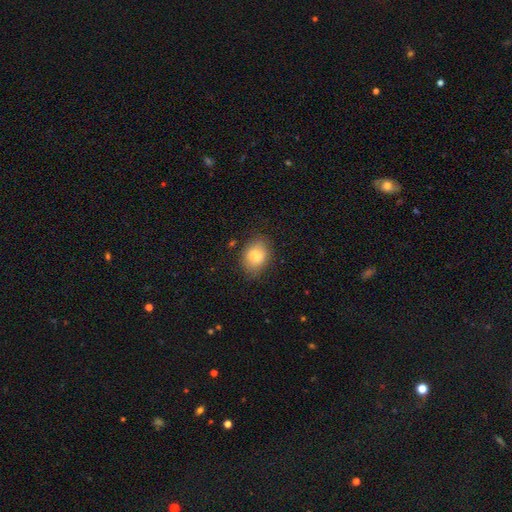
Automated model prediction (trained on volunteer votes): The model was most divided on "how rounded": in between: 64%, round: 35%, cigar-shaped: 1%. More confident: merging — none (80%); smooth or featured — smooth (80%).